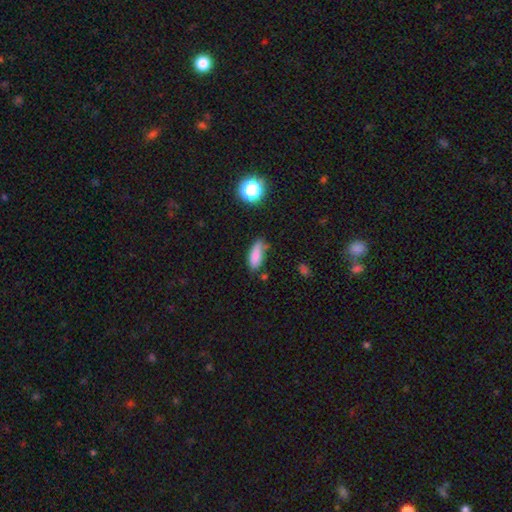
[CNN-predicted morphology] type=smooth (81%); roundness=in between (69%); merging=none (56%).